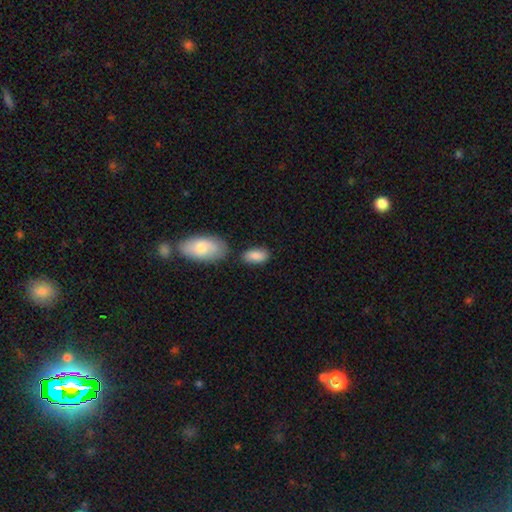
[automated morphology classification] Smooth or featured?
  - smooth: 87% *
  - featured or disk: 7%
  - star or artifact: 6%
How rounded?
  - in between: 92% *
  - cigar-shaped: 5%
  - round: 3%
Merging?
  - none: 68% *
  - minor disturbance: 16%
  - merger: 11%
  - major disturbance: 4%